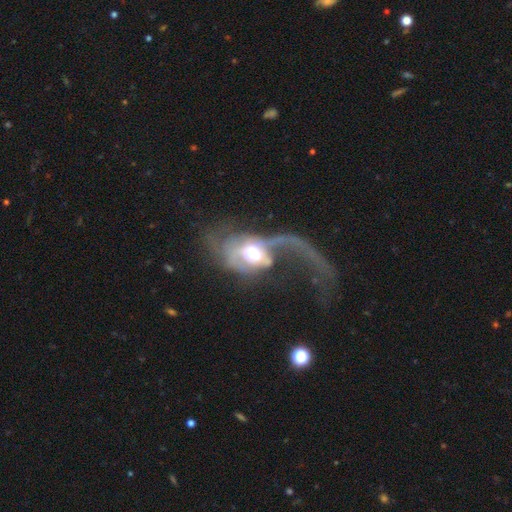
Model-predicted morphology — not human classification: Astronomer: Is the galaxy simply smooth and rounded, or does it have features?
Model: featured or disk — 65%.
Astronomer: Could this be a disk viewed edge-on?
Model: no — 95%.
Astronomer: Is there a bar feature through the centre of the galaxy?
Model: no — 69%.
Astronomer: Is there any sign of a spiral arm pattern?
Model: yes — 65%.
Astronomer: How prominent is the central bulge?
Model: moderate — 53% (runner-up: large, 33%).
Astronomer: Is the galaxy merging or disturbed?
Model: major disturbance — 67%.